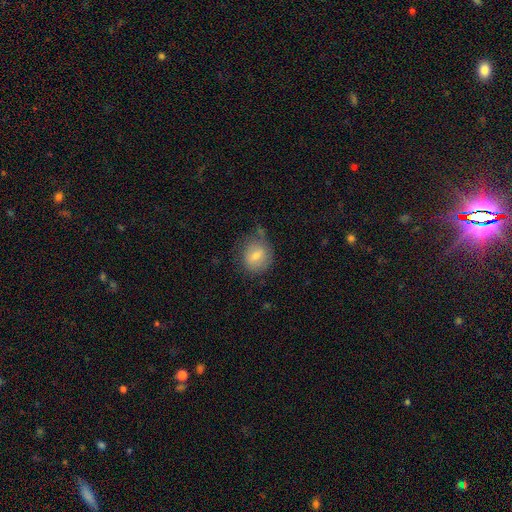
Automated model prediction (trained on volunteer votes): This is likely a smooth galaxy (70%). How rounded: clearly round (81%). Merging: likely none (66%).